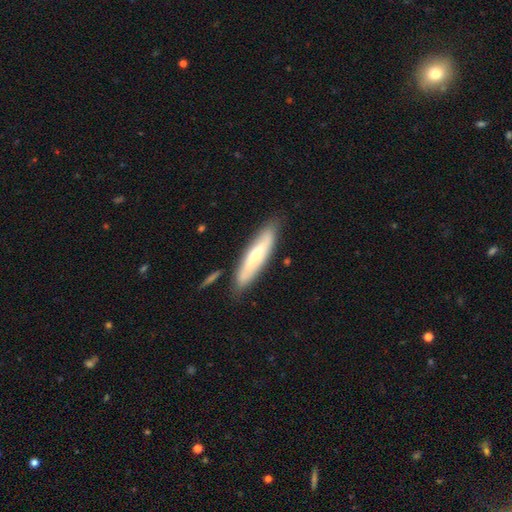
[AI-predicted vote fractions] A featured or disk galaxy (50%) viewed edge-on (55%). Merging: none (80%).